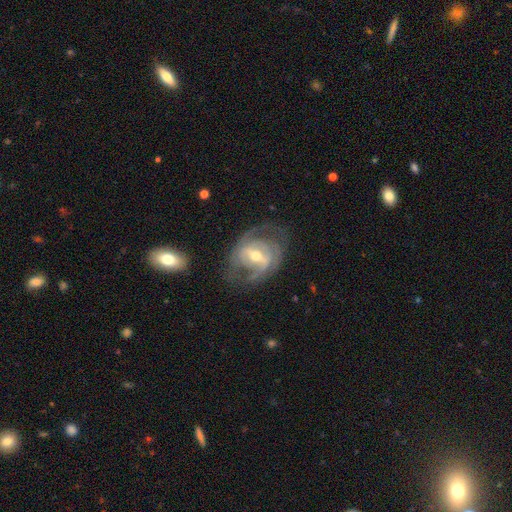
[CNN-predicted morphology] smooth_or_featured: featured or disk (p=0.86) [alt: smooth p=0.09]
disk_edge_on: no (p=0.96) [alt: yes p=0.04]
bar: strong (p=0.44) [alt: weak p=0.42]
has_spiral_arms: yes (p=0.91) [alt: no p=0.09]
spiral_winding: medium (p=0.45) [alt: tight p=0.36]
spiral_arm_count: 2 (p=0.56) [alt: can't tell p=0.19]
bulge_size: moderate (p=0.62) [alt: small p=0.33]
merging: none (p=0.63) [alt: minor disturbance p=0.19]